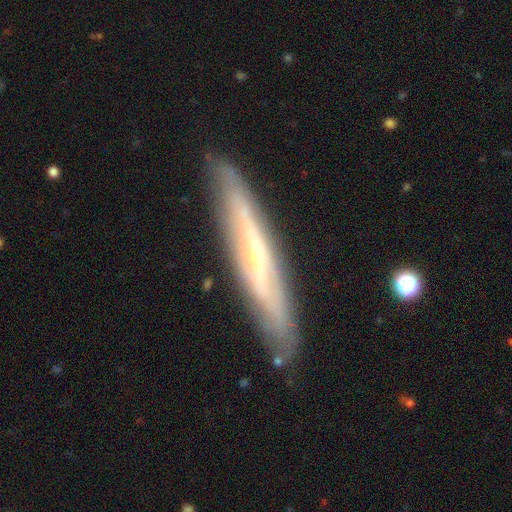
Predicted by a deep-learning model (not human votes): smooth-or-featured: featured or disk: 74% | smooth: 20% | star or artifact: 6%
  disk-edge-on: yes: 71% | no: 29%
    edge-on-bulge: rounded: 58% | none: 38% | boxy: 4%
  merging: none: 85% | minor disturbance: 12% | major disturbance: 2% | merger: 1%